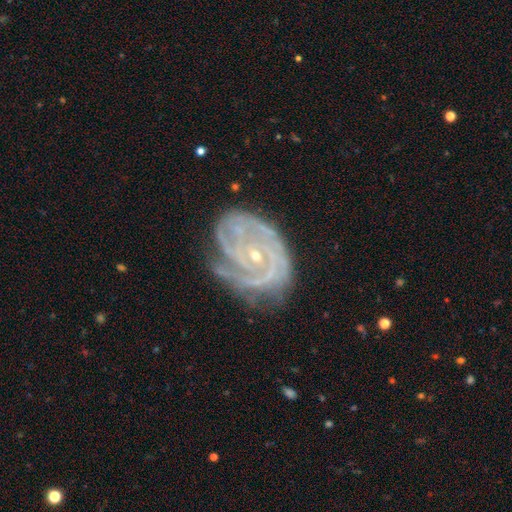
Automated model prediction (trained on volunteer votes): Overall: featured or disk (88%). Edge-on disk: no (97%). Bar: no (67%). Spiral arms: yes (97%). Spiral arm count: 3 (28%; 2 23%). Spiral winding: tight (69%). Bulge size: small (81%). Merging: none (59%; minor disturbance 26%).